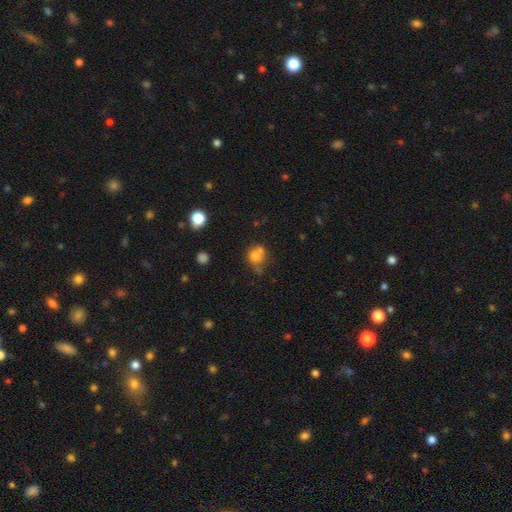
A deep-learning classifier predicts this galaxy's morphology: smooth-or-featured: smooth: 74% | featured or disk: 13% | star or artifact: 13%
  how-rounded: round: 77% | in between: 22% | cigar-shaped: 1%
  merging: none: 45% | merger: 32% | minor disturbance: 17% | major disturbance: 7%